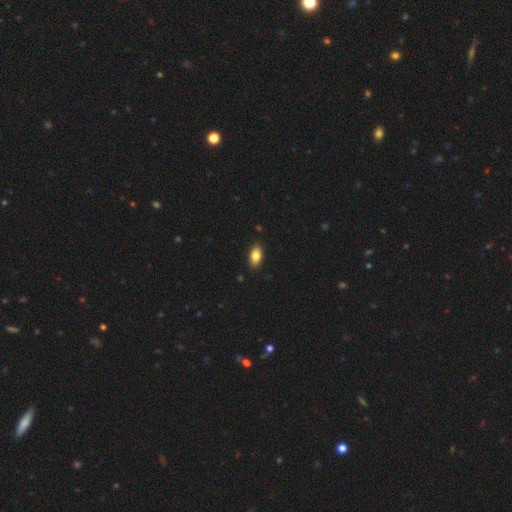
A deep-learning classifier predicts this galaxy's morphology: A smooth galaxy with no disk features (83%) that is in between round and cigar-shaped (91%).

Vote fractions:
- Smooth or featured? smooth: 83% / featured or disk: 9% / star or artifact: 8%
- How rounded? in between: 91% / round: 4% / cigar-shaped: 4%
- Merging? none: 88% / minor disturbance: 9% / major disturbance: 2% / merger: 1%